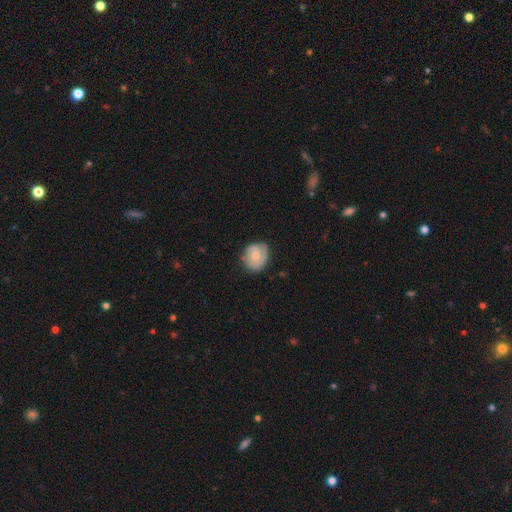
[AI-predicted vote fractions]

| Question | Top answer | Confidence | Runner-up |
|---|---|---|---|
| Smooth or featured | smooth | 52% | featured or disk (41%) |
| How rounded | round | 67% | in between (32%) |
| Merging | none | 70% | minor disturbance (23%) |